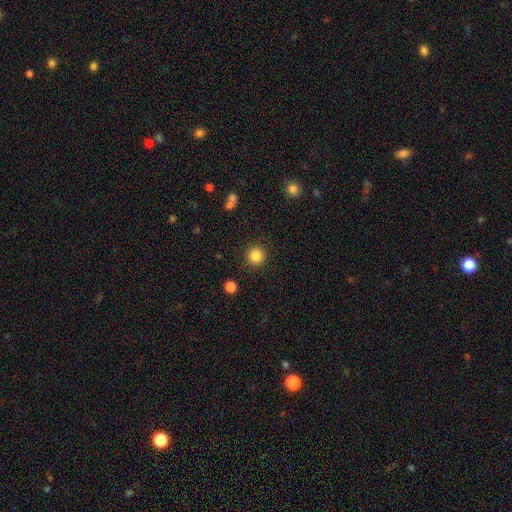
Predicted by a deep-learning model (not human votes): Smooth or featured? smooth (86%)
How rounded? round (95%)
Merging? none (91%)